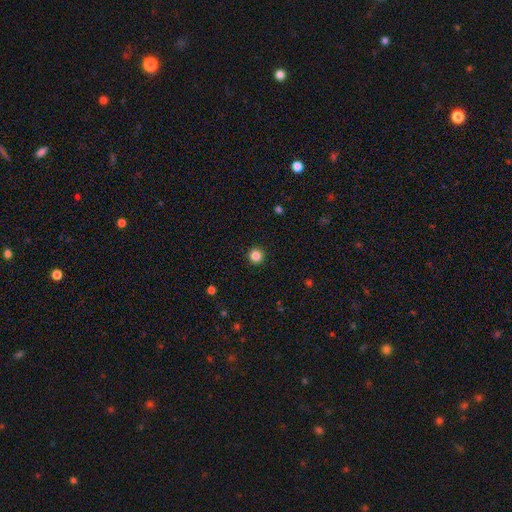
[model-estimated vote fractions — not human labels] Overall: smooth (85%). How rounded: round (96%). Merging: none (93%).